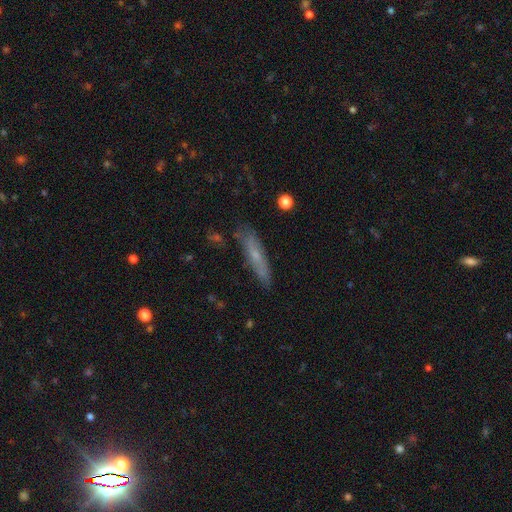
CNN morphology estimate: smooth 50%, featured or disk 42%, star or artifact 8%. Down the decision tree: merging — none (76%).